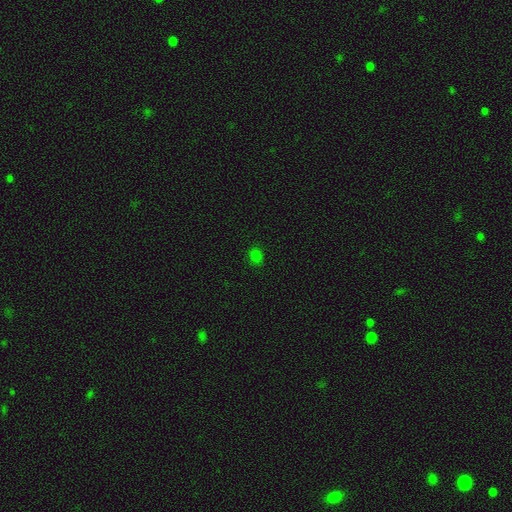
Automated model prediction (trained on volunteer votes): A smooth galaxy with no disk features (77%) that is round (54%).

Vote fractions:
- Smooth or featured? smooth: 77% / star or artifact: 20% / featured or disk: 4%
- How rounded? round: 54% / in between: 44% / cigar-shaped: 1%
- Merging? none: 87% / minor disturbance: 9% / major disturbance: 2% / merger: 1%